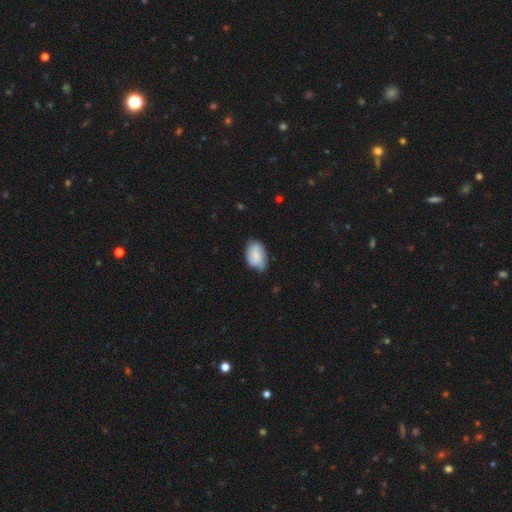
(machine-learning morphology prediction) A smooth galaxy with no disk features (63%) that is in between round and cigar-shaped (86%).

Vote fractions:
- Smooth or featured? smooth: 63% / featured or disk: 30% / star or artifact: 7%
- How rounded? in between: 86% / round: 13% / cigar-shaped: 1%
- Merging? none: 64% / minor disturbance: 29% / major disturbance: 5% / merger: 1%